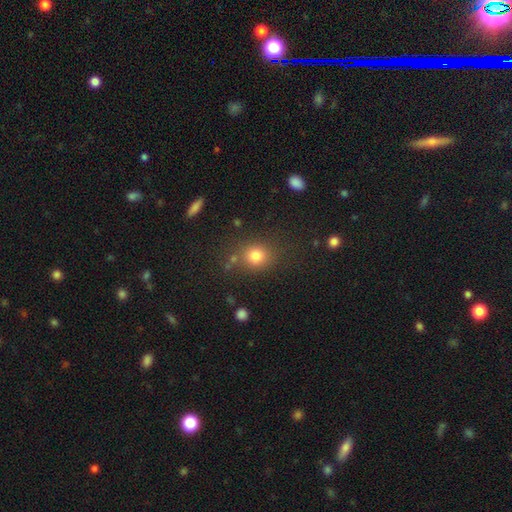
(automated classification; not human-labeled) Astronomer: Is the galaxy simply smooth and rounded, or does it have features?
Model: smooth — 79%.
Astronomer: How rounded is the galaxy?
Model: round — 78%.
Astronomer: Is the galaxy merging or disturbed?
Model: none — 76%.